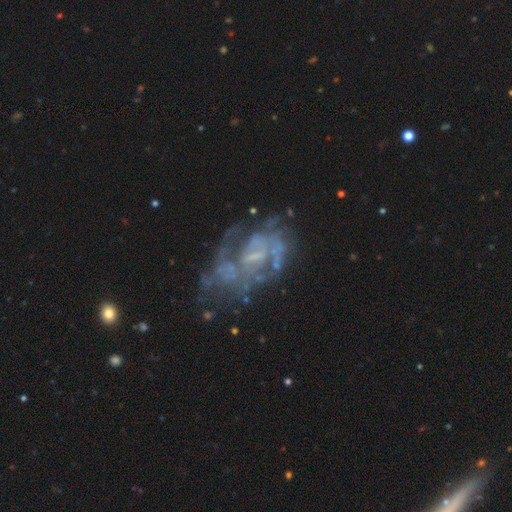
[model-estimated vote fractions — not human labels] Smooth or featured? Predicted: featured or disk (p=0.78). Edge-on disk? Predicted: no (p=0.97). Bar? Predicted: no (p=0.59). Spiral arms? Predicted: yes (p=0.69). Spiral winding? Predicted: medium (p=0.40). Spiral arm count? Predicted: can't tell (p=0.42). Bulge size? Predicted: none (p=0.49). Merging? Predicted: none (p=0.49).